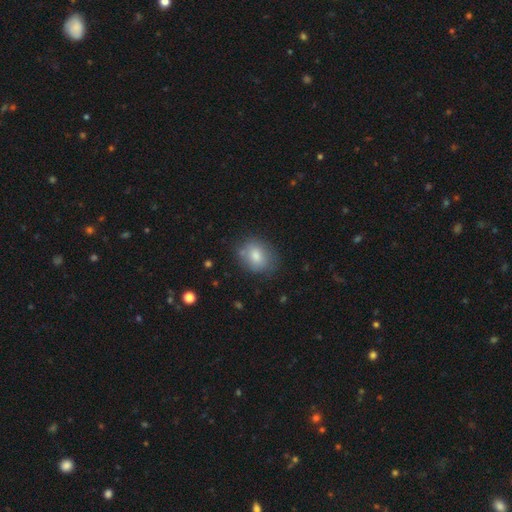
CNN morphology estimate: Smooth or featured? smooth (78%)
How rounded? in between (50%)
Merging? none (71%)